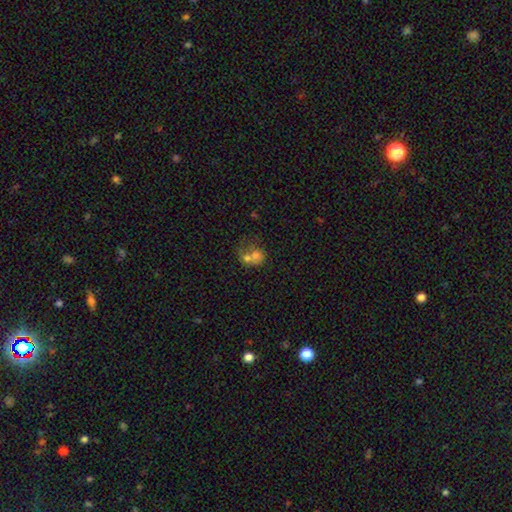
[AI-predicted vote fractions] smooth 63%, featured or disk 26%, star or artifact 11%. Down the decision tree: how rounded — round (62%); merging — merger (68%).